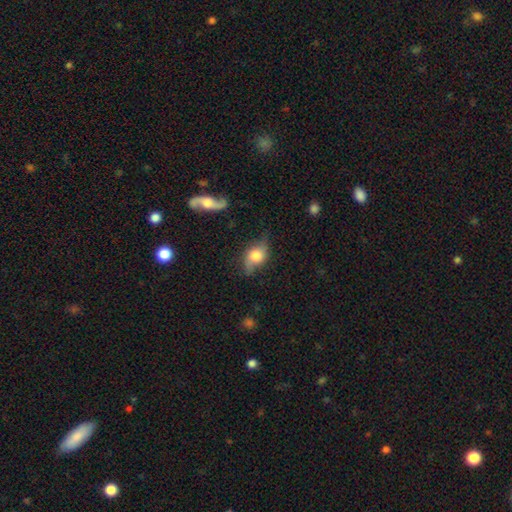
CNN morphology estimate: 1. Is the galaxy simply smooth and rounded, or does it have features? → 49% smooth, 42% featured or disk, 9% star or artifact.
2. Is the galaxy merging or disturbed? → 60% none, 27% minor disturbance, 10% major disturbance, 2% merger.